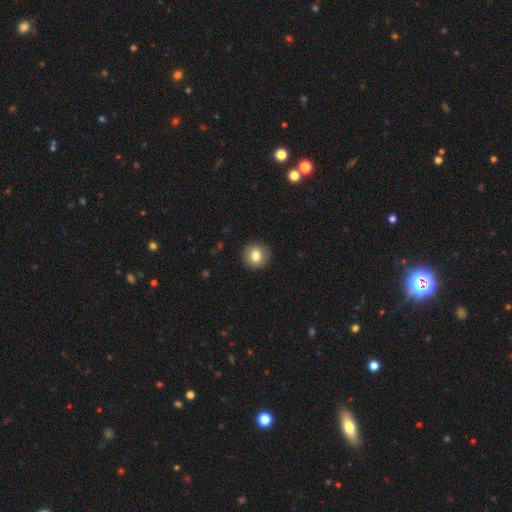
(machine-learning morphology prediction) smooth 81%, featured or disk 10%, star or artifact 9%. Down the decision tree: how rounded — round (91%); merging — none (91%).